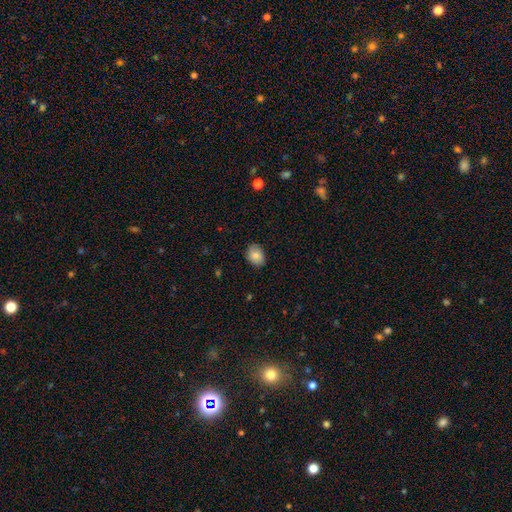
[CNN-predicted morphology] Smooth or featured? Predicted: smooth (p=0.81). How rounded? Predicted: in between (p=0.62). Merging? Predicted: none (p=0.82).